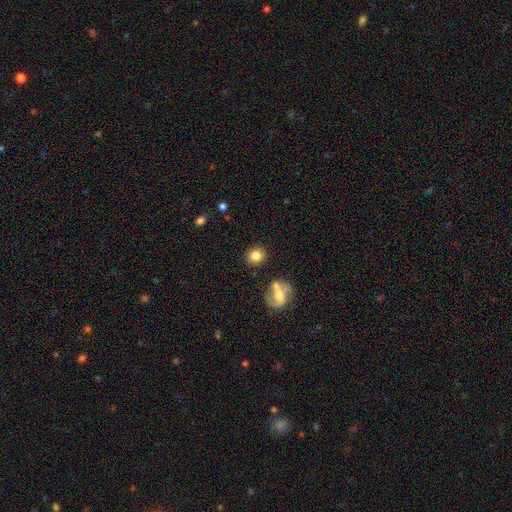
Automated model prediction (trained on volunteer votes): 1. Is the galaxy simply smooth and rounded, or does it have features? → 81% smooth, 10% featured or disk, 9% star or artifact.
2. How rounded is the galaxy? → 80% round, 18% in between, 1% cigar-shaped.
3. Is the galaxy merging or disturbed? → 82% none, 9% minor disturbance, 6% merger, 3% major disturbance.